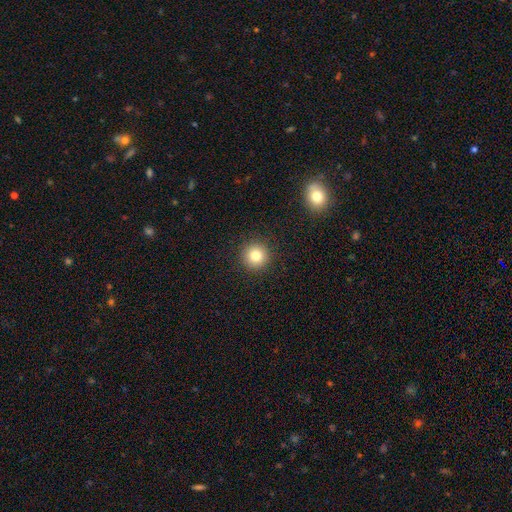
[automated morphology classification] This is clearly a smooth galaxy (81%). How rounded: clearly round (95%). Merging: clearly none (92%).